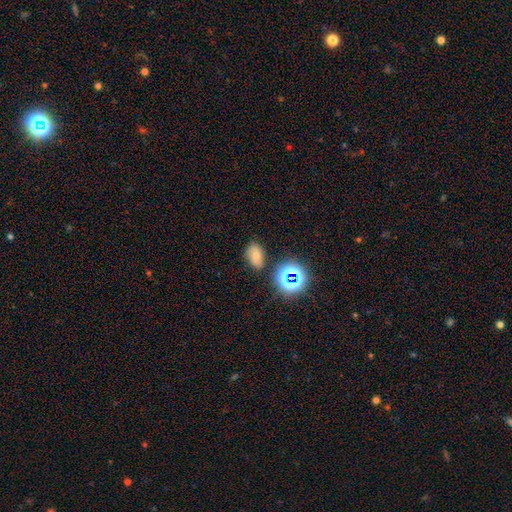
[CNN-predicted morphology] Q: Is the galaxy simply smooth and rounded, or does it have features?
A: smooth — 65%.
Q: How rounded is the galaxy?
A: in between — 83%.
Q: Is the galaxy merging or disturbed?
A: none — 77%.